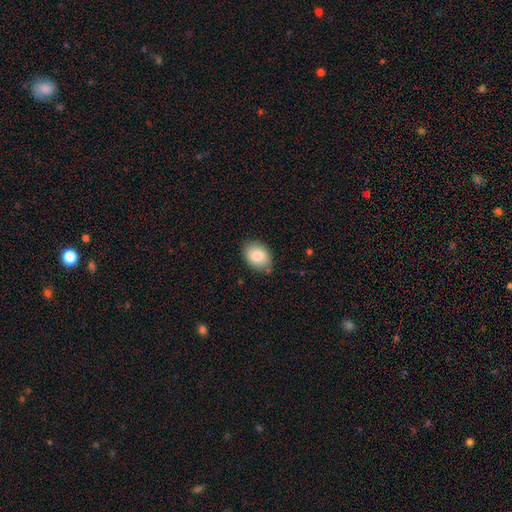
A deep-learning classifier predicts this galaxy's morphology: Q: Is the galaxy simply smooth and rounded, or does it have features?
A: smooth — 82%.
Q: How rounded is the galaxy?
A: in between — 79%.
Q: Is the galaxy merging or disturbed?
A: none — 81%.